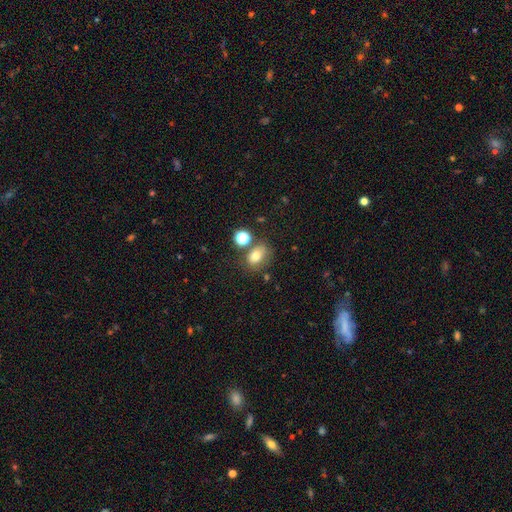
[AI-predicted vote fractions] Smooth or featured? smooth (74%)
How rounded? in between (68%)
Merging? none (63%)